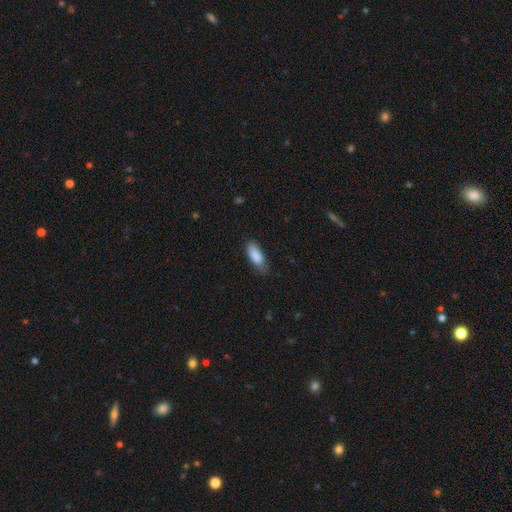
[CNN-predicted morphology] type=smooth (87%); roundness=in between (76%); merging=none (69%).